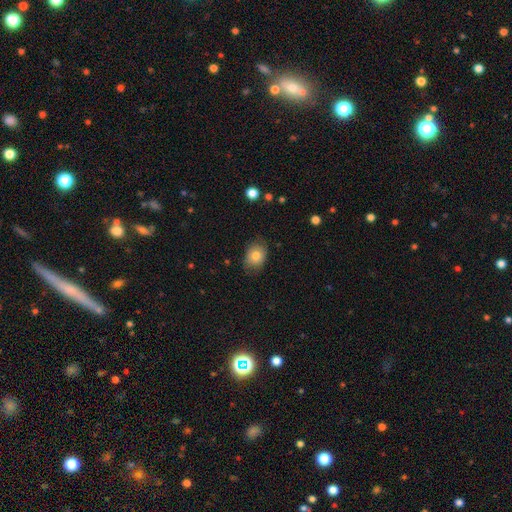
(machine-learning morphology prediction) This is likely a smooth galaxy (78%). How rounded: possibly in between (56%). Merging: likely none (73%).